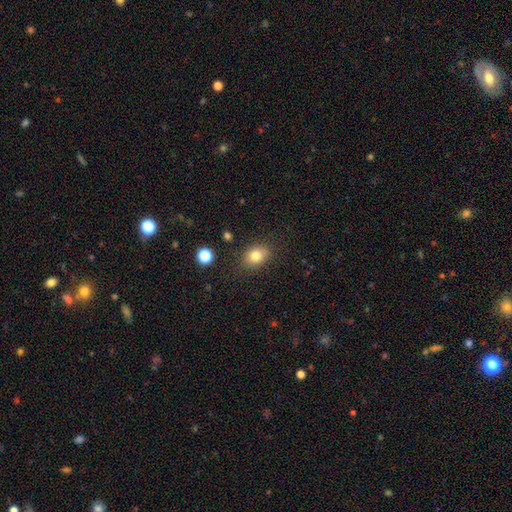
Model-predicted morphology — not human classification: type=smooth (80%); roundness=in between (59%); merging=none (80%).